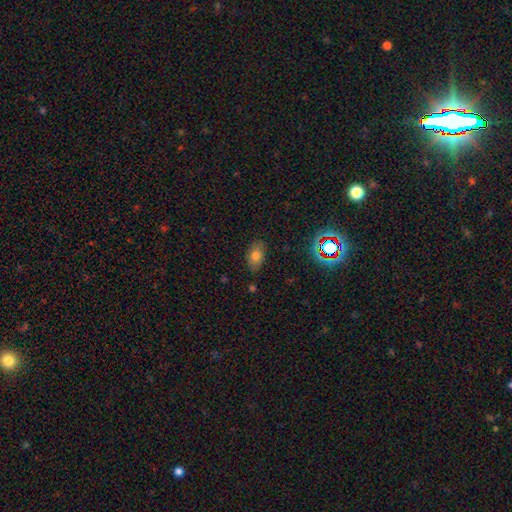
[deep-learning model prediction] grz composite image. It shows a smooth galaxy with no disk features (74%) that is in between round and cigar-shaped (88%). Merging: none (82%).